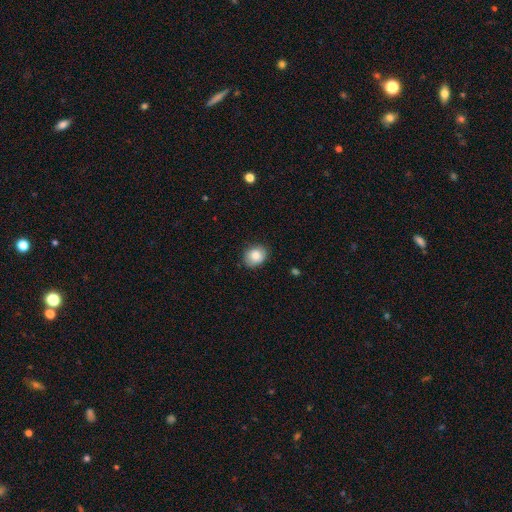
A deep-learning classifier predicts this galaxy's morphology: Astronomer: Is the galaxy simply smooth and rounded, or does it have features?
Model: smooth — 85%.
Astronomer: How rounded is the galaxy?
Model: round — 53% (runner-up: in between, 46%).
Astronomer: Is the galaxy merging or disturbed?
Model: none — 81%.